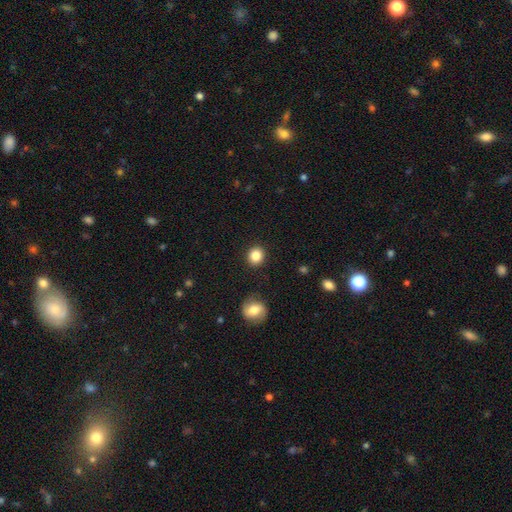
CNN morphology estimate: smooth 86%, star or artifact 9%, featured or disk 5%. Down the decision tree: how rounded — round (82%); merging — none (90%).